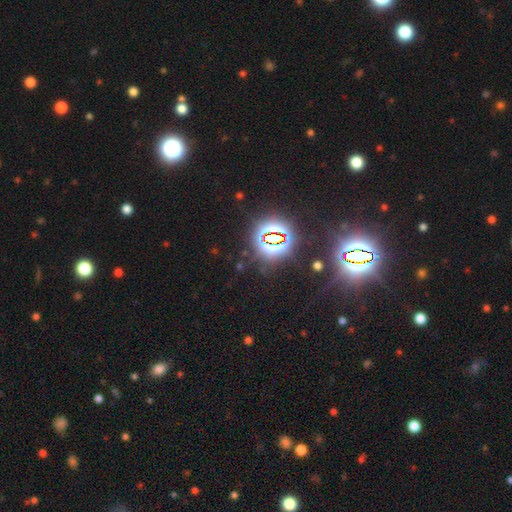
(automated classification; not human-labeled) A star or artifact, not a galaxy (83%).